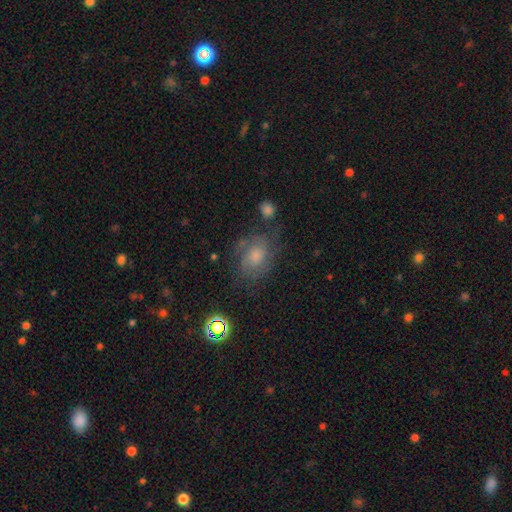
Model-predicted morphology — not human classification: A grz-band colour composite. It shows a featured or disk galaxy (57%) with no bar (73%), spiral arms (86%) and a moderate central bulge (43%). Merging: none (65%).